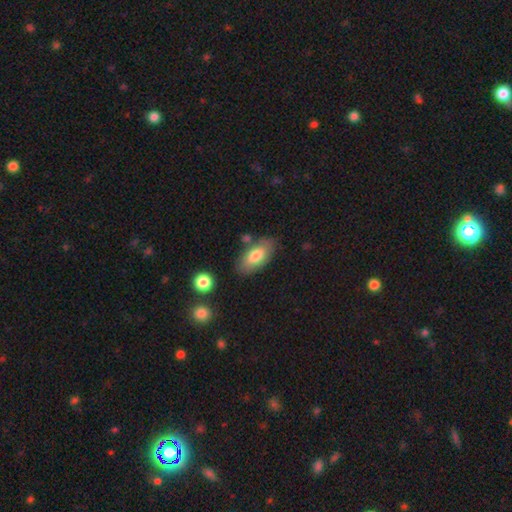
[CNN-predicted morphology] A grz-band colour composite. It shows a smooth galaxy with no disk features (76%) that is in between round and cigar-shaped (90%). Merging: none (75%).